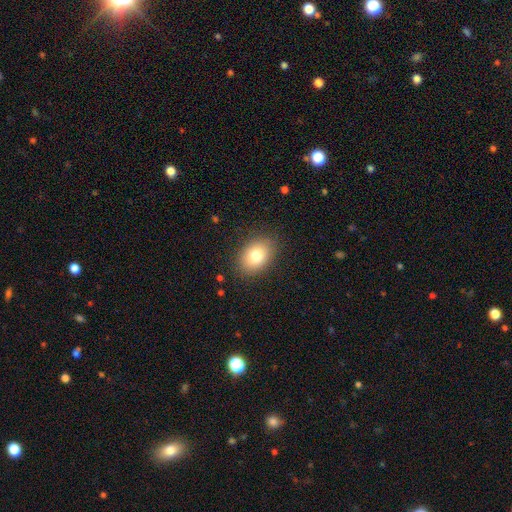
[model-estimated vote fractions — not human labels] This is likely a smooth galaxy (80%). How rounded: likely in between (75%). Merging: clearly none (85%).